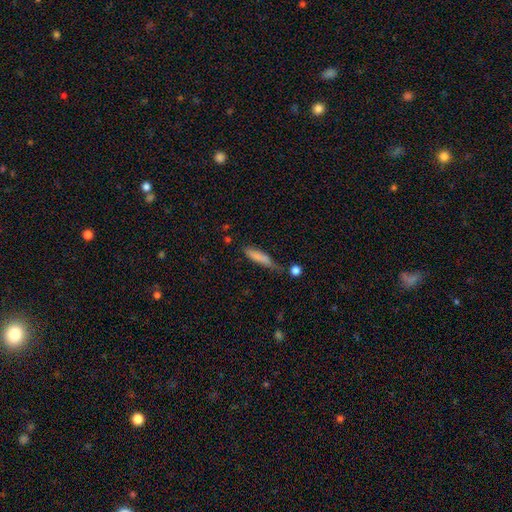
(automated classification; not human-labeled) smooth_or_featured: smooth (p=0.76) [alt: featured or disk p=0.16]
how_rounded: cigar-shaped (p=0.82) [alt: in between p=0.16]
merging: none (p=0.52) [alt: minor disturbance p=0.29]